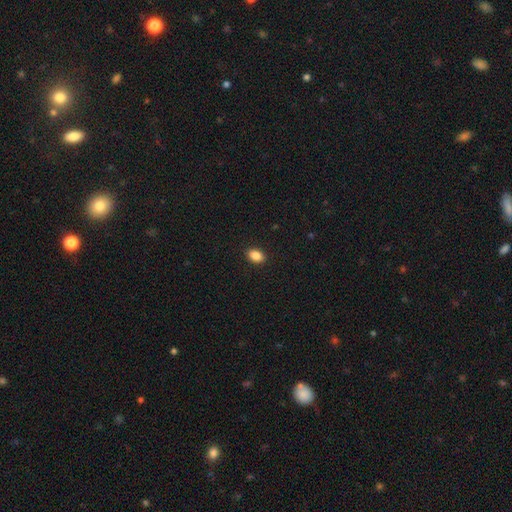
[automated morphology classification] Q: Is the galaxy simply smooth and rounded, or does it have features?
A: smooth — 88%.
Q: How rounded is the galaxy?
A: in between — 84%.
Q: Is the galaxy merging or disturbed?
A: none — 90%.